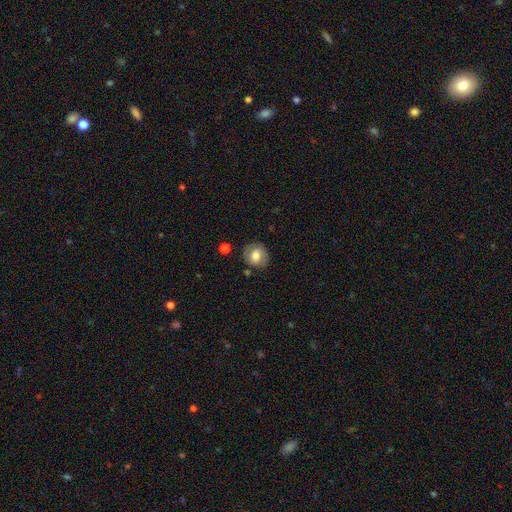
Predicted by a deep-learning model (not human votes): Q: Smooth or featured?
A: smooth (67%); runner-up: featured or disk (25%)
Q: How rounded?
A: round (72%); runner-up: in between (27%)
Q: Merging?
A: none (77%); runner-up: minor disturbance (15%)